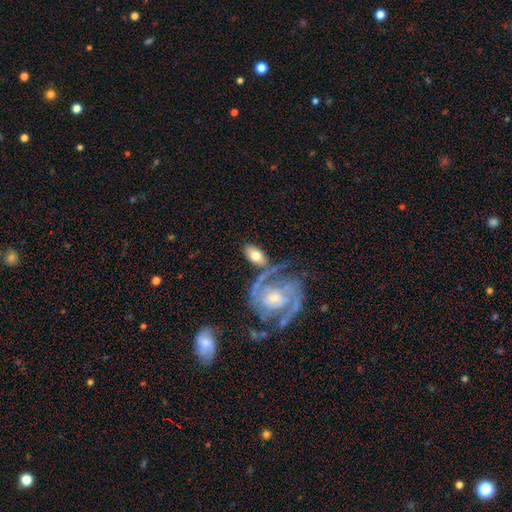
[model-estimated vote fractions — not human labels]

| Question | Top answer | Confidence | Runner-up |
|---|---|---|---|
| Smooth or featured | smooth | 60% | featured or disk (34%) |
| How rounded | in between | 89% | round (6%) |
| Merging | none | 56% | merger (18%) |